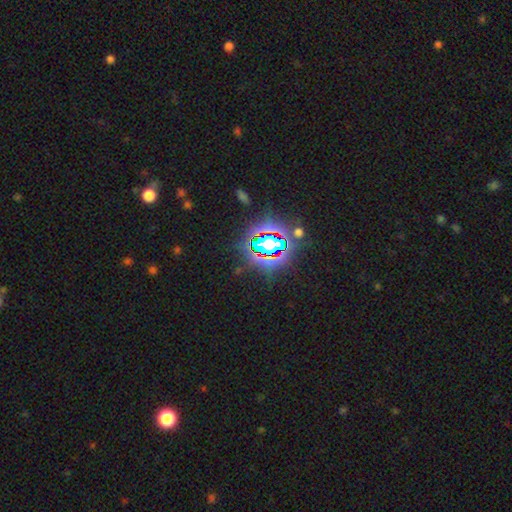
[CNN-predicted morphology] Smooth or featured? star or artifact (75%)